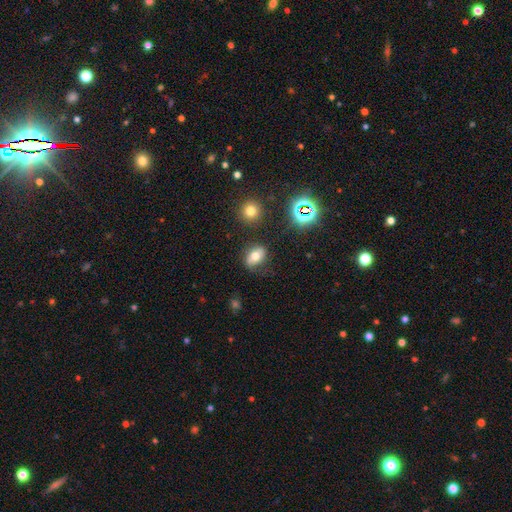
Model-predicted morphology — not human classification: A smooth galaxy with no disk features (59%) that is in between round and cigar-shaped (70%). Merging: none (71%).